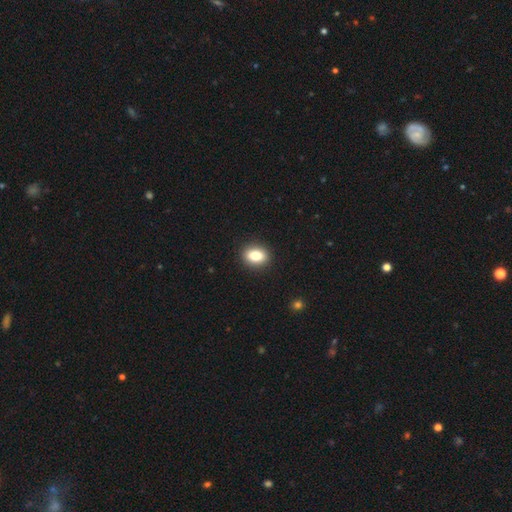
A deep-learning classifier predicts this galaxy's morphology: Smooth or featured? Predicted: smooth (p=0.82). How rounded? Predicted: in between (p=0.63). Merging? Predicted: none (p=0.91).